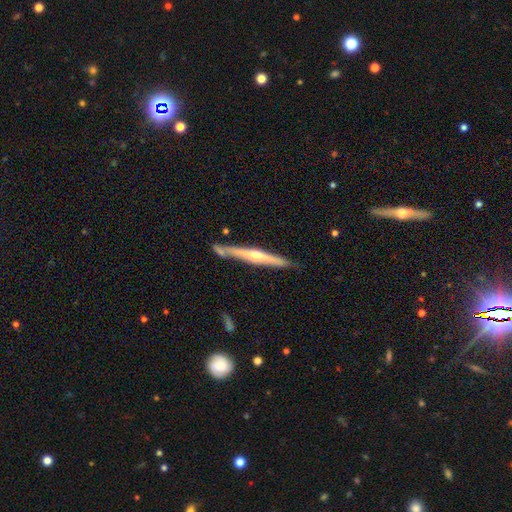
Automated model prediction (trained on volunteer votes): The model was most divided on "smooth or featured": featured or disk: 70%, smooth: 24%, star or artifact: 6%. More confident: edge-on disk — yes (97%); merging — none (79%); edge-on bulge — rounded (78%).